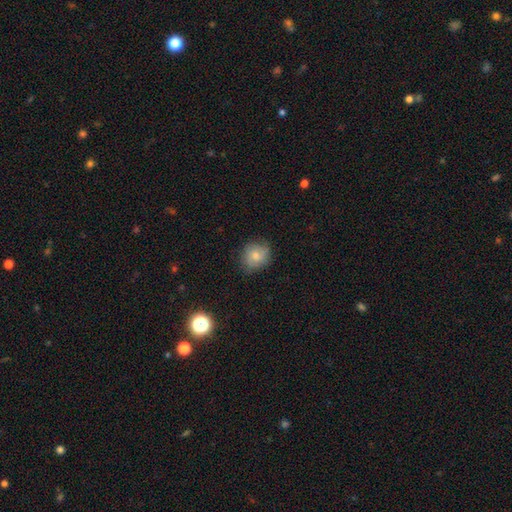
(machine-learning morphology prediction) smooth_or_featured: smooth (p=0.76) [alt: featured or disk p=0.15]
how_rounded: round (p=0.74) [alt: in between p=0.25]
merging: none (p=0.75) [alt: minor disturbance p=0.20]